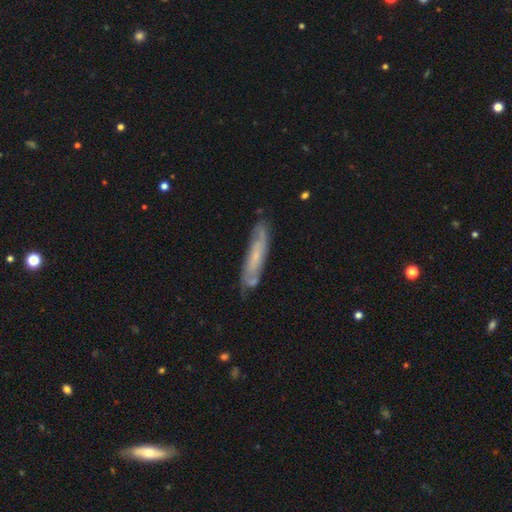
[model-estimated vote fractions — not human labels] Smooth or featured?
  - featured or disk: 56% *
  - smooth: 37%
  - star or artifact: 7%
Edge-on disk?
  - no: 57% *
  - yes: 43%
Merging?
  - none: 72% *
  - minor disturbance: 20%
  - major disturbance: 4%
  - merger: 4%